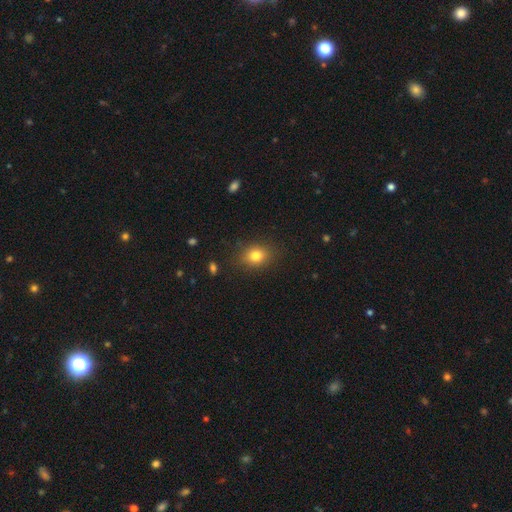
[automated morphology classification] A smooth galaxy with no disk features (81%) that is in between round and cigar-shaped (50%).

Vote fractions:
- Smooth or featured? smooth: 81% / star or artifact: 11% / featured or disk: 8%
- How rounded? in between: 50% / round: 48% / cigar-shaped: 1%
- Merging? none: 85% / minor disturbance: 11% / major disturbance: 3% / merger: 1%